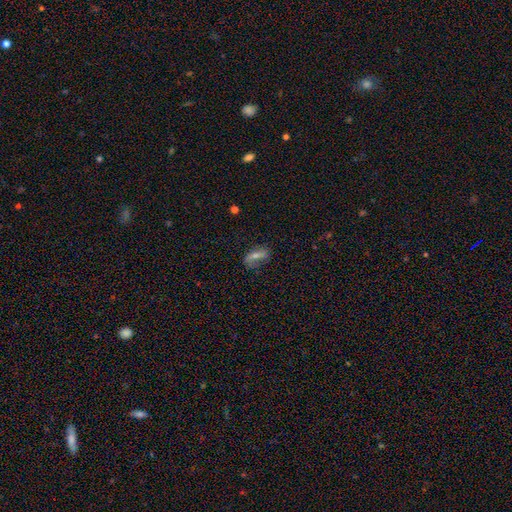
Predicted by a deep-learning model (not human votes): Smooth or featured: featured or disk — 45% (smooth — 36%)
Merging: none — 67% (minor disturbance — 21%)